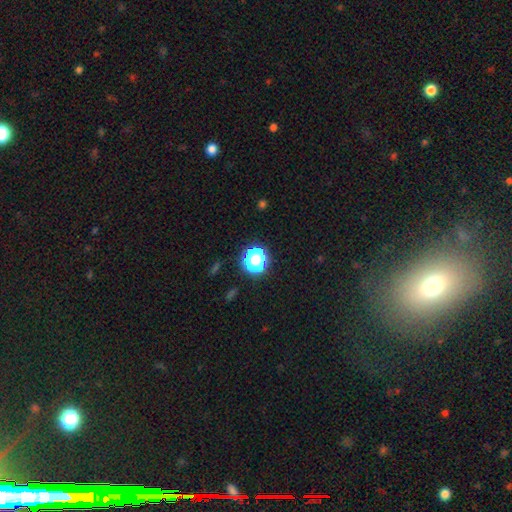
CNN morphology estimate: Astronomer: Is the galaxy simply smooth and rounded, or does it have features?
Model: smooth — 53% (runner-up: star or artifact, 37%).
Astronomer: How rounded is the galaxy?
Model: round — 88%.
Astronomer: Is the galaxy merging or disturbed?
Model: none — 79%.